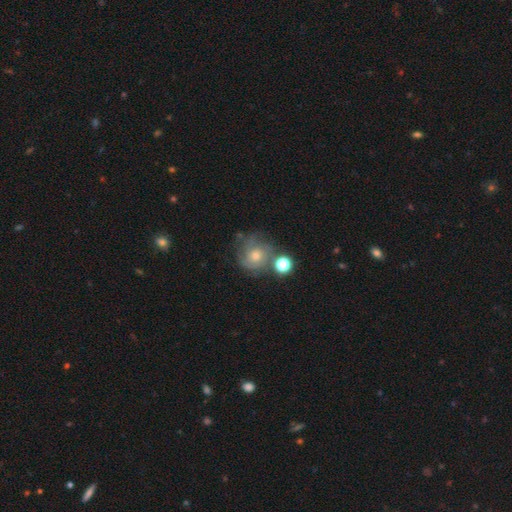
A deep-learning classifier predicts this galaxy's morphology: smooth-or-featured: featured or disk: 61% | smooth: 26% | star or artifact: 13%
  disk-edge-on: no: 97% | yes: 3%
    bar: no: 78% | weak: 19% | strong: 3%
    has-spiral-arms: yes: 87% | no: 13%
      spiral-winding: tight: 60% | medium: 31% | loose: 10%
      spiral-arm-count: can't tell: 37% | 3: 27% | 2: 15% | 4: 11% | 1: 5% | more than 4: 5%
    bulge-size: moderate: 56% | small: 36% | large: 4% | none: 3% | dominant: 1%
  merging: none: 65% | minor disturbance: 17% | merger: 10% | major disturbance: 8%